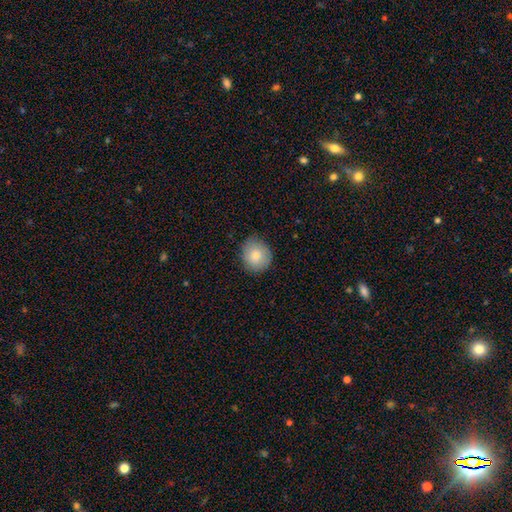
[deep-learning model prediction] This is clearly a smooth galaxy (81%). How rounded: likely round (79%). Merging: clearly none (82%).